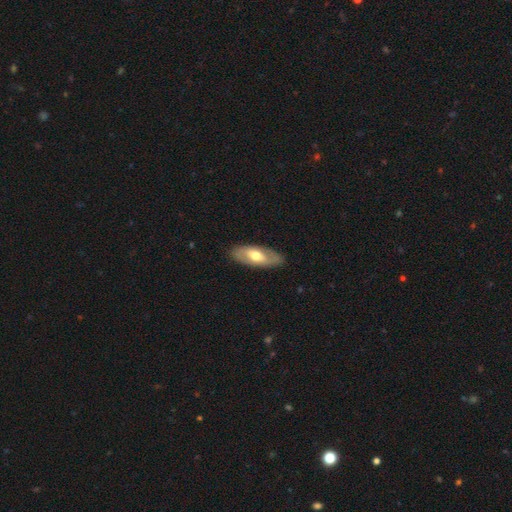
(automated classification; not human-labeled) A smooth galaxy with no disk features (48%).

Vote fractions:
- Smooth or featured? smooth: 48% / featured or disk: 47% / star or artifact: 5%
- Merging? none: 86% / minor disturbance: 10% / major disturbance: 3% / merger: 1%